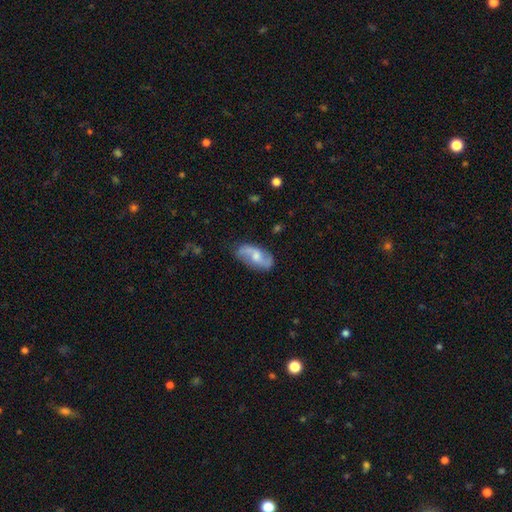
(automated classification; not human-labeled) A featured or disk galaxy (63%) with no bar (48%), 2 (88%) loose (58%) spiral arms (89%) and a moderate central bulge (57%). Merging: none (73%).